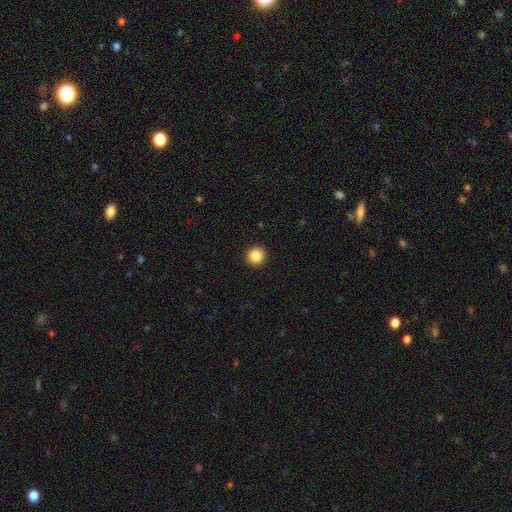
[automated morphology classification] type=smooth (87%); roundness=round (95%); merging=none (93%).